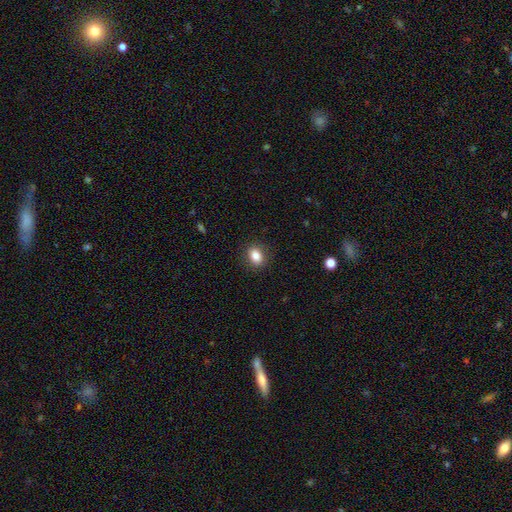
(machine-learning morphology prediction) A smooth galaxy with no disk features (84%) that is in between round and cigar-shaped (60%). Merging: none (88%).